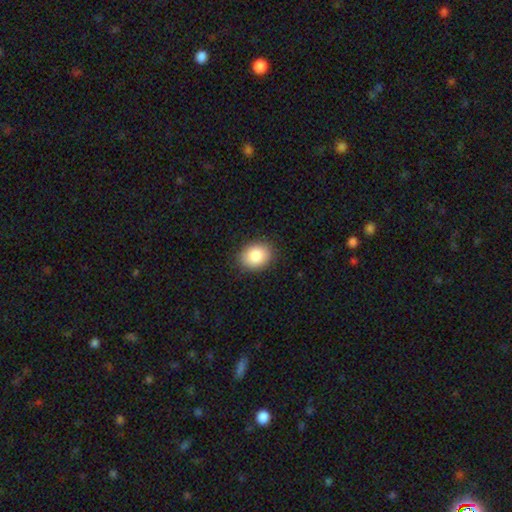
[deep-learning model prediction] Q: Smooth or featured?
A: smooth (86%); runner-up: star or artifact (7%)
Q: How rounded?
A: in between (58%); runner-up: round (41%)
Q: Merging?
A: none (88%); runner-up: minor disturbance (9%)